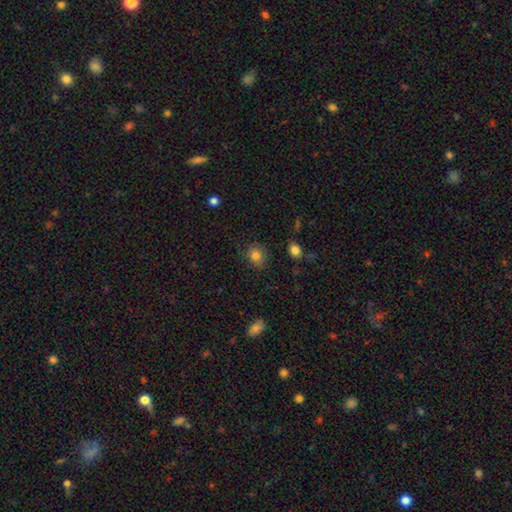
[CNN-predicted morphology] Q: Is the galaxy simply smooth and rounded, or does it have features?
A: smooth — 83%.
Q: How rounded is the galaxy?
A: round — 72%.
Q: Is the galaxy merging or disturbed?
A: none — 81%.